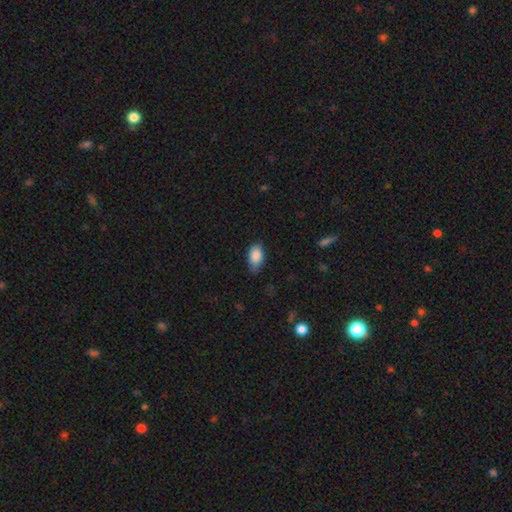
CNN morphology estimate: smooth-or-featured: smooth: 88% | star or artifact: 7% | featured or disk: 5%
  how-rounded: in between: 92% | round: 5% | cigar-shaped: 2%
  merging: none: 69% | minor disturbance: 25% | major disturbance: 4% | merger: 1%